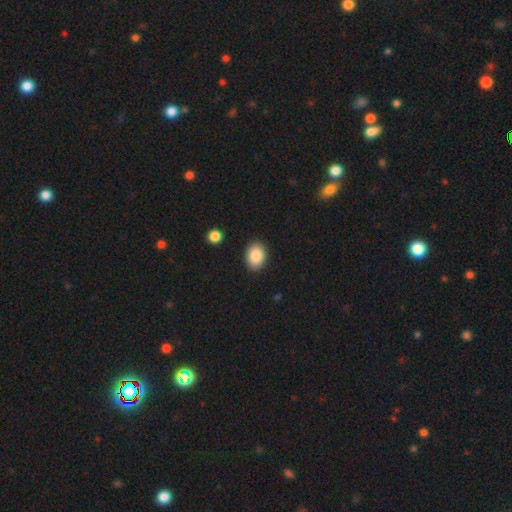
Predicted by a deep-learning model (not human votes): Morphology: type=smooth (87%); roundness=in between (72%); merging=none (88%).